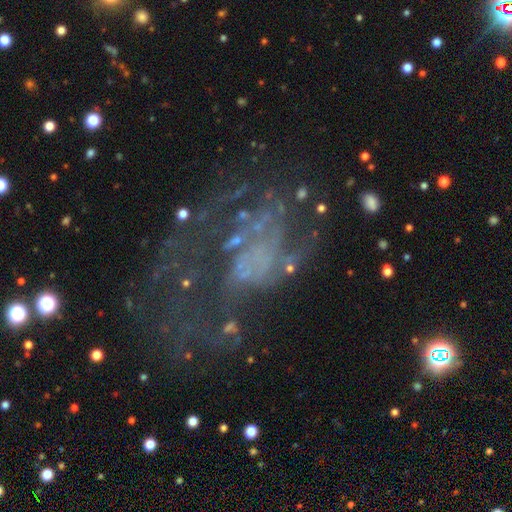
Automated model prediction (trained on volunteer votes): Smooth or featured: featured or disk — 64% (star or artifact — 20%)
Edge-on disk: no — 97% (yes — 3%)
Bar: no — 86% (weak — 10%)
Spiral arms: no — 59% (yes — 41%)
Bulge size: none — 77% (small — 10%)
Merging: major disturbance — 53% (none — 27%)